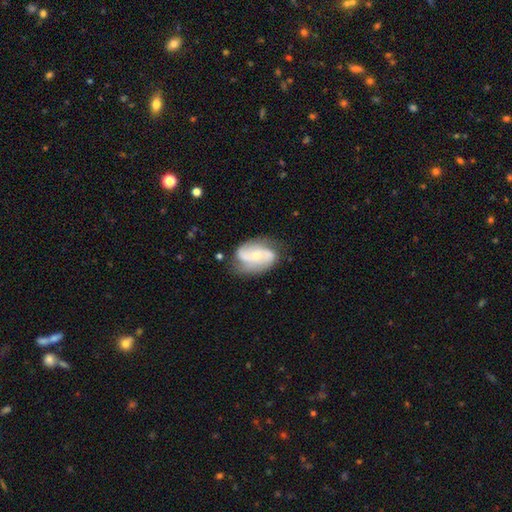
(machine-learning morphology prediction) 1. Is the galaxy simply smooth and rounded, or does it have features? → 77% featured or disk, 17% smooth, 6% star or artifact.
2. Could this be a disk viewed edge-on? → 97% no, 3% yes.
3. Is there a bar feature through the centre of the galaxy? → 53% no, 34% weak, 13% strong.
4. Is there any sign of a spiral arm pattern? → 93% yes, 7% no.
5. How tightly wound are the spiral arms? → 43% medium, 34% loose, 23% tight.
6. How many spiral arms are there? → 77% 2, 9% can't tell, 7% 3, 3% 1, 2% 4, 2% more than 4.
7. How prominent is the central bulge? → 56% small, 37% moderate, 3% none, 2% large, 1% dominant.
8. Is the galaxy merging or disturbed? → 64% none, 24% minor disturbance, 9% major disturbance, 3% merger.